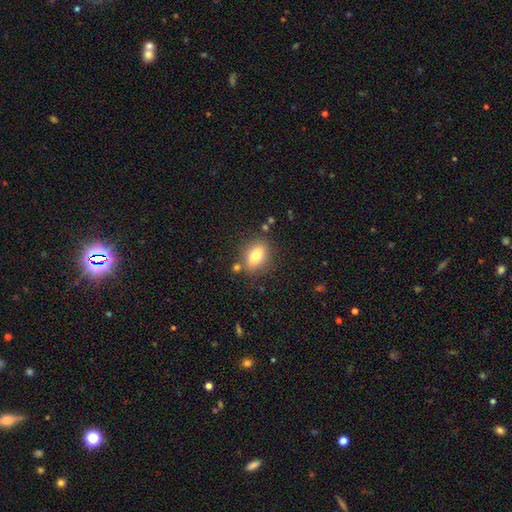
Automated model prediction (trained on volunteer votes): Smooth or featured? Predicted: smooth (p=0.81). How rounded? Predicted: in between (p=0.82). Merging? Predicted: none (p=0.80).